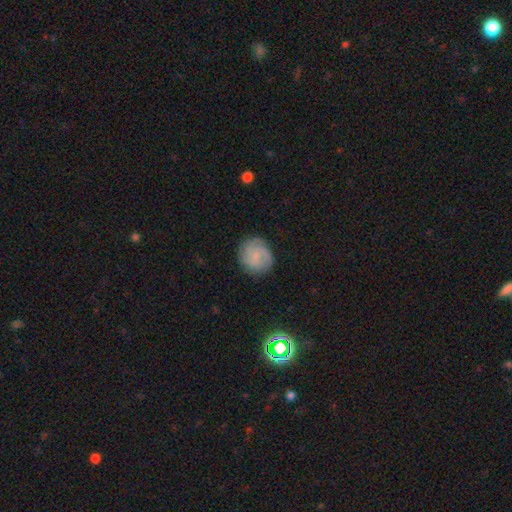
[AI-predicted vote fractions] A featured or disk galaxy (55%) with no bar (57%), spiral arms (91%) and a small central bulge (60%). Merging: none (79%).